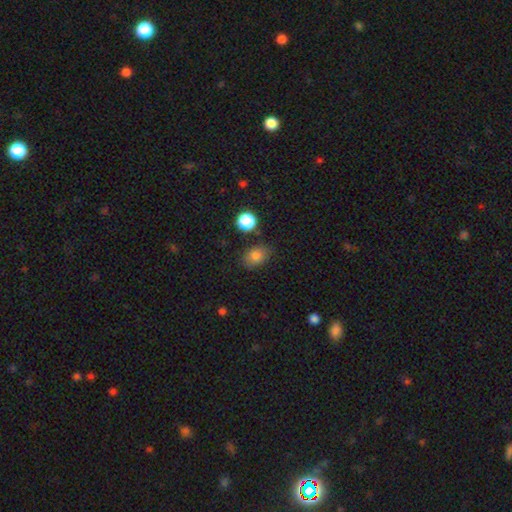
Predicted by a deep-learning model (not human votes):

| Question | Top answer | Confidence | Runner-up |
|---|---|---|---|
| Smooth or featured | smooth | 81% | star or artifact (12%) |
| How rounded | in between | 62% | round (37%) |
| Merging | none | 75% | minor disturbance (17%) |